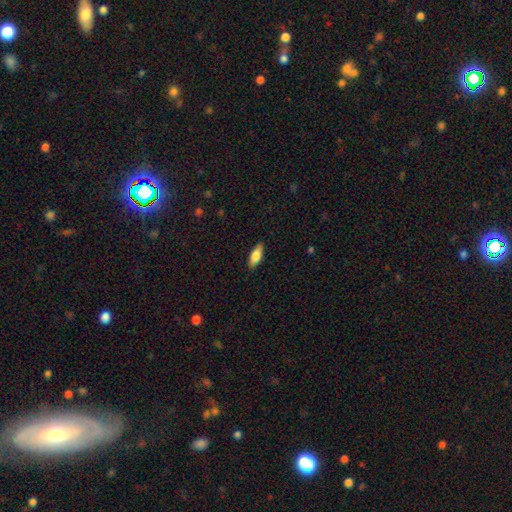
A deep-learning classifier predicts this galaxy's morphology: Smooth or featured? smooth (73%)
How rounded? in between (72%)
Merging? none (87%)